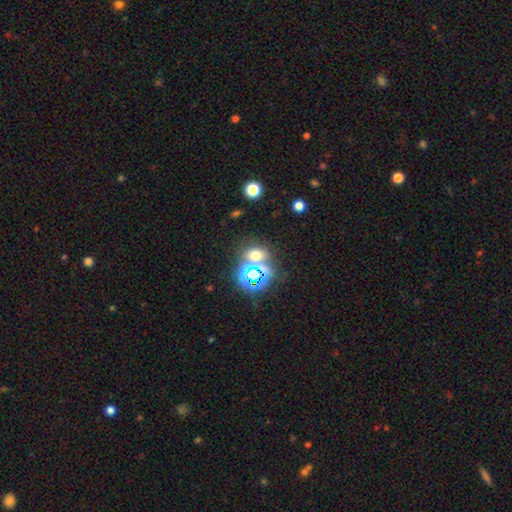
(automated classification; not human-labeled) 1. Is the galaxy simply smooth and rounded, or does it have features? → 45% smooth (tied), 45% star or artifact (tied), 10% featured or disk.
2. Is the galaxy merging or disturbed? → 65% none, 21% merger, 9% minor disturbance, 5% major disturbance.